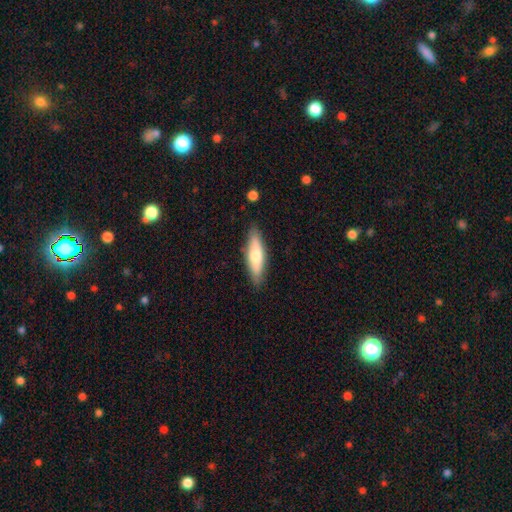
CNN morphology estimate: Smooth or featured?
  - smooth: 62% *
  - featured or disk: 32%
  - star or artifact: 6%
How rounded?
  - cigar-shaped: 58% *
  - in between: 40%
  - round: 2%
Merging?
  - none: 86% *
  - minor disturbance: 11%
  - major disturbance: 2%
  - merger: 1%